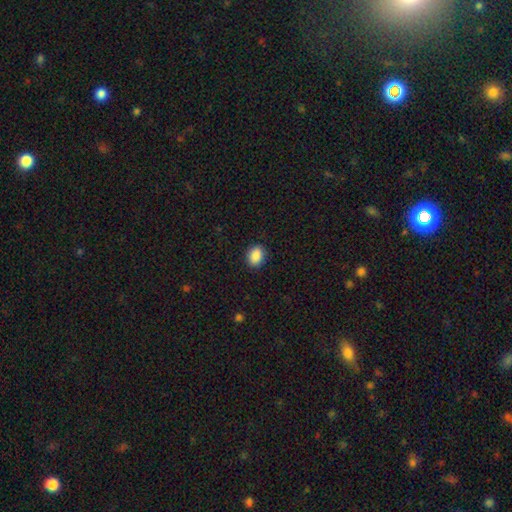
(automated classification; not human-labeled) This is clearly a smooth galaxy (89%). How rounded: likely in between (64%). Merging: clearly none (88%).